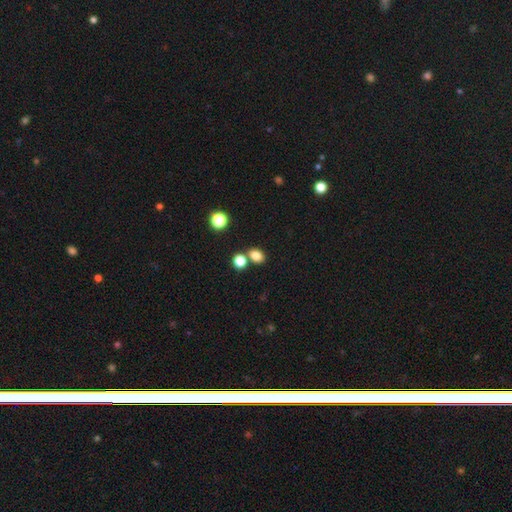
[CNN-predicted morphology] Q: Smooth or featured?
A: smooth (81%); runner-up: star or artifact (13%)
Q: How rounded?
A: in between (60%); runner-up: round (39%)
Q: Merging?
A: none (68%); runner-up: merger (20%)